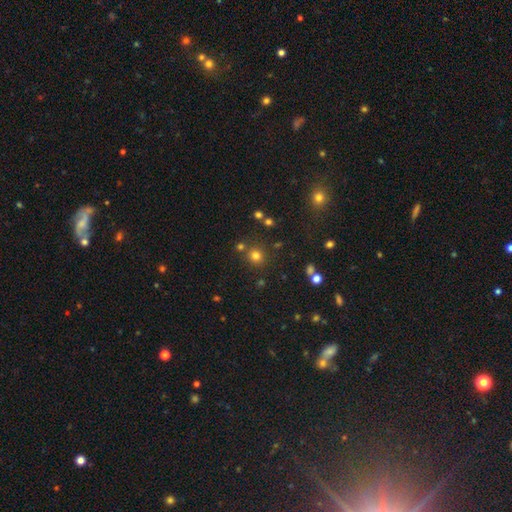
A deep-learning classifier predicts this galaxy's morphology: Smooth or featured: smooth — 74% (star or artifact — 19%)
How rounded: round — 91% (in between — 8%)
Merging: none — 82% (merger — 8%)